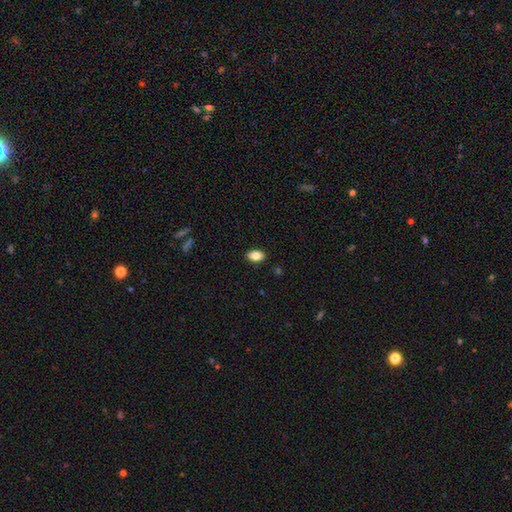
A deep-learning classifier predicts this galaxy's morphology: Smooth or featured: smooth — 84% (star or artifact — 8%)
How rounded: in between — 88% (round — 10%)
Merging: none — 89% (minor disturbance — 8%)